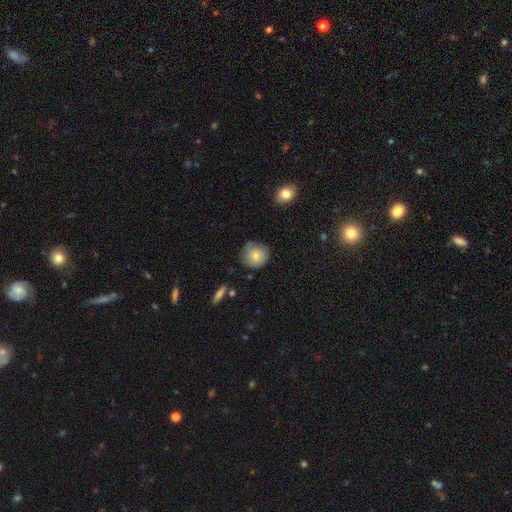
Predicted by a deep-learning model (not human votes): Overall: smooth (74%). How rounded: round (88%). Merging: none (71%).